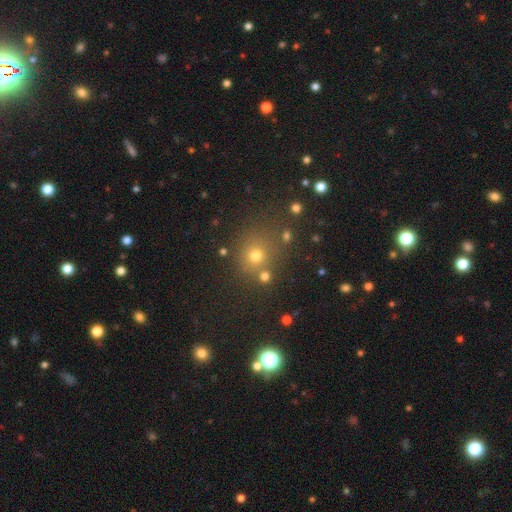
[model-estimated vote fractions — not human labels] smooth 64%, star or artifact 28%, featured or disk 9%. Down the decision tree: how rounded — round (87%); merging — none (75%).